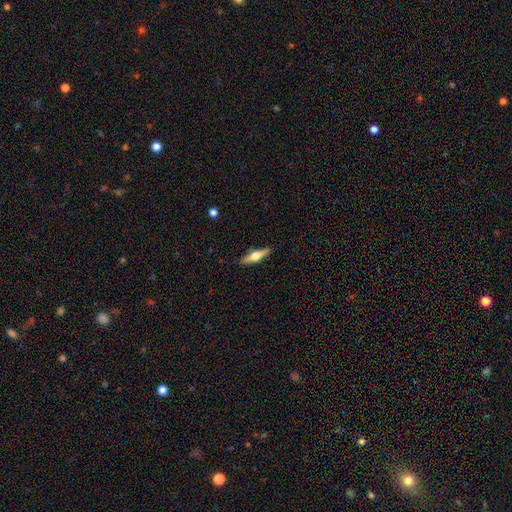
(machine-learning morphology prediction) Smooth or featured? Predicted: featured or disk (p=0.58). Edge-on disk? Predicted: yes (p=0.96). Edge-on bulge? Predicted: rounded (p=0.94). Merging? Predicted: none (p=0.90).